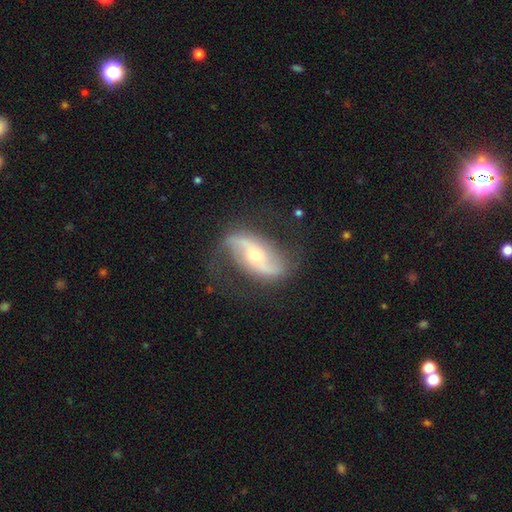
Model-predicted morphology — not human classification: This is clearly a featured or disk galaxy (86%). It is clearly not viewed edge-on (95%). Bar: marginally no (42%). Spiral arm pattern: clearly yes (94%). Spiral arm count: clearly 2 (92%). Spiral winding: likely loose (70%). Central bulge: possibly moderate (49%). Merging: likely none (74%).